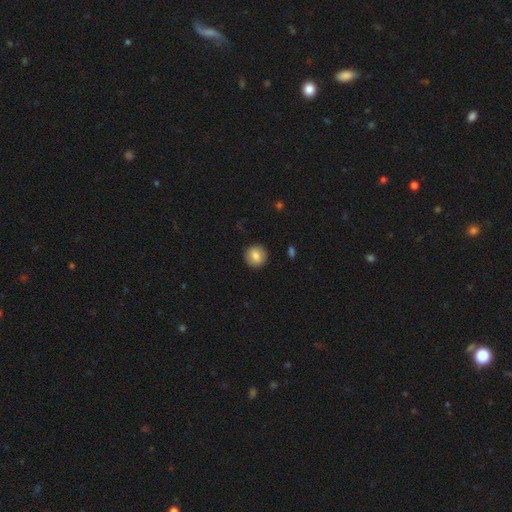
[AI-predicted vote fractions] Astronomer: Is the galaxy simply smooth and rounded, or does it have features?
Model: smooth — 83%.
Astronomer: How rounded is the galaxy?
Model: round — 93%.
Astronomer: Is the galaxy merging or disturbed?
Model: none — 92%.